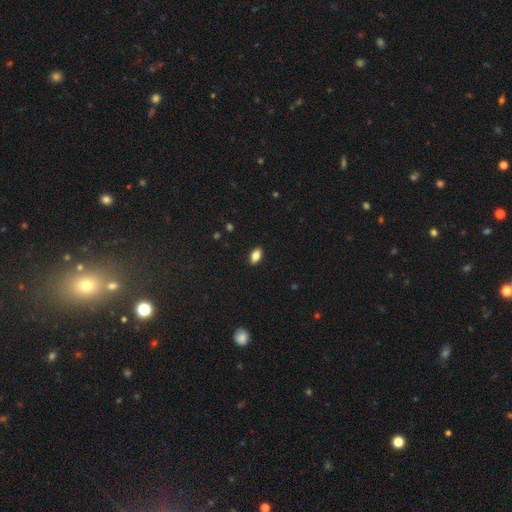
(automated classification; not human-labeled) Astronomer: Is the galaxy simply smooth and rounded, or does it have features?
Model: smooth — 82%.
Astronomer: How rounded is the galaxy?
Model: in between — 90%.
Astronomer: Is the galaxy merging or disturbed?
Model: none — 89%.